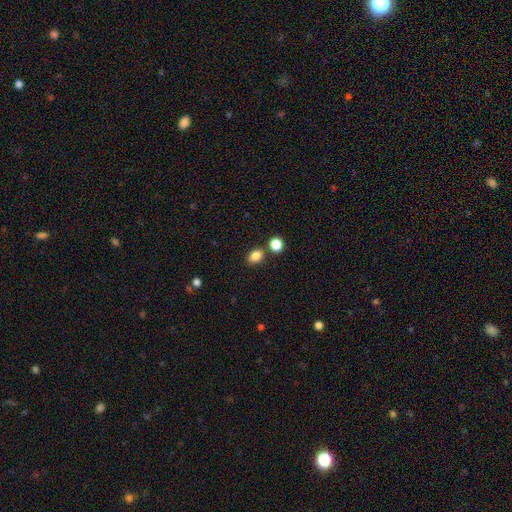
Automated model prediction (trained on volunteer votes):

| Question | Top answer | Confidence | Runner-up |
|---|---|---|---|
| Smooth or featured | smooth | 84% | star or artifact (11%) |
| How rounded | in between | 60% | round (39%) |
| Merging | none | 75% | merger (11%) |